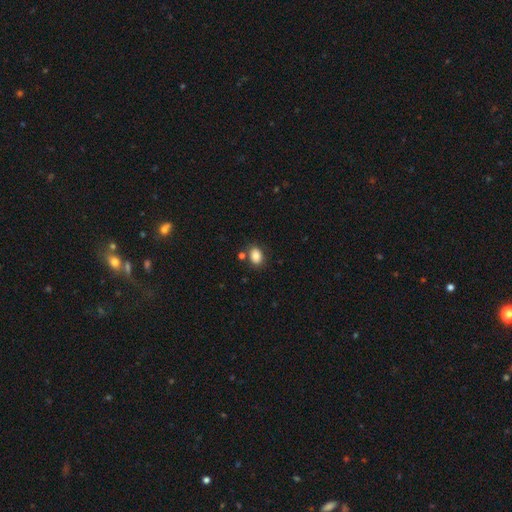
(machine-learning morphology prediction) Smooth or featured? smooth (84%)
How rounded? in between (68%)
Merging? none (76%)